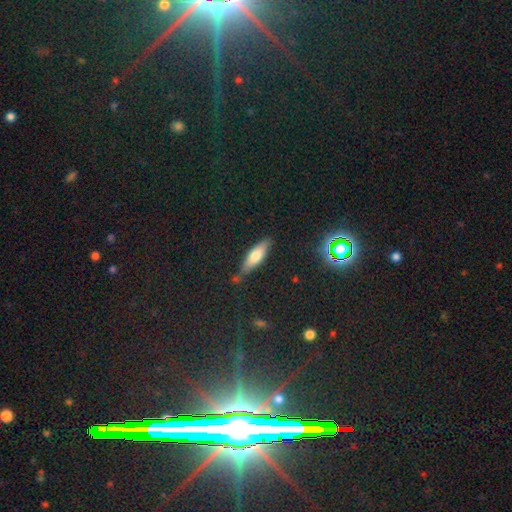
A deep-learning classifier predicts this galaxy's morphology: Smooth or featured? Predicted: smooth (p=0.64). How rounded? Predicted: cigar-shaped (p=0.50). Merging? Predicted: none (p=0.78).